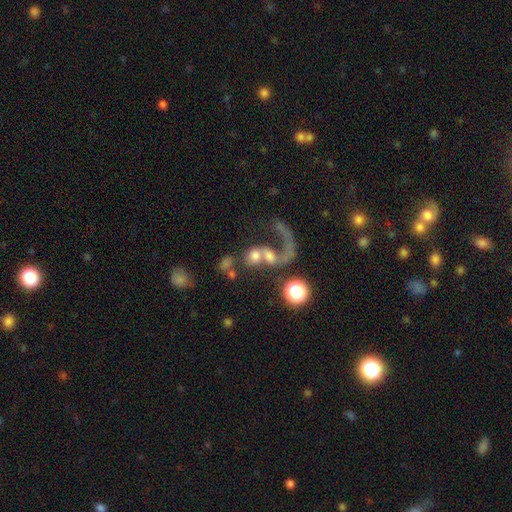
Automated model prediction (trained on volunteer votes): Smooth or featured? Predicted: featured or disk (p=0.43, tied with smooth). Merging? Predicted: merger (p=0.54).